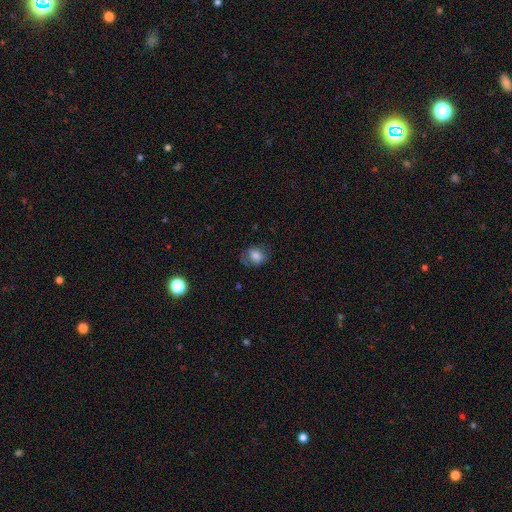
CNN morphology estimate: smooth_or_featured: smooth (p=0.75) [alt: featured or disk p=0.15]
how_rounded: round (p=0.52) [alt: in between p=0.47]
merging: none (p=0.63) [alt: minor disturbance p=0.23]